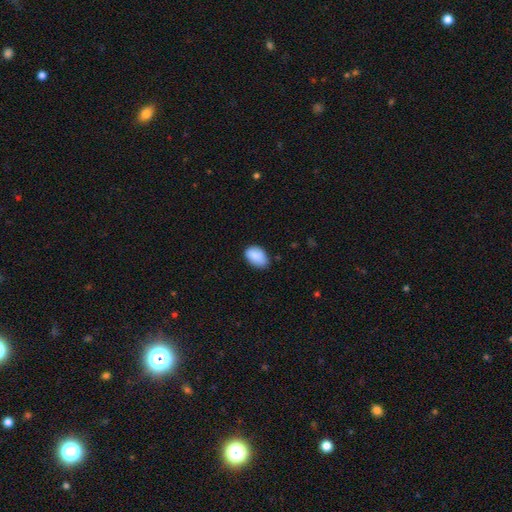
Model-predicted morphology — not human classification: Smooth or featured?
  - smooth: 88% *
  - star or artifact: 7%
  - featured or disk: 5%
How rounded?
  - in between: 87% *
  - round: 12%
  - cigar-shaped: 1%
Merging?
  - none: 69% *
  - minor disturbance: 26%
  - major disturbance: 4%
  - merger: 1%